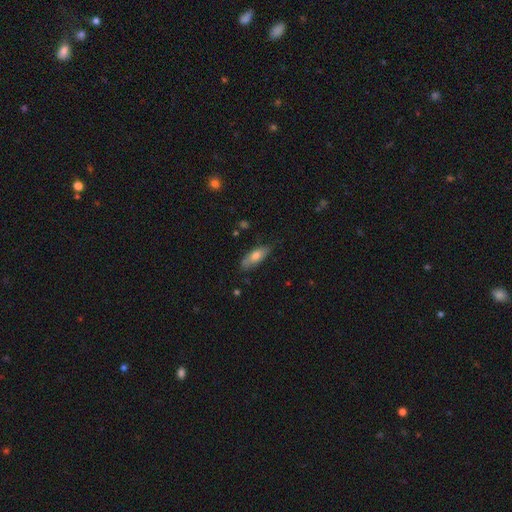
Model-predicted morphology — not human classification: Smooth or featured: smooth — 71% (featured or disk — 23%)
How rounded: in between — 66% (cigar-shaped — 32%)
Merging: none — 74% (minor disturbance — 21%)